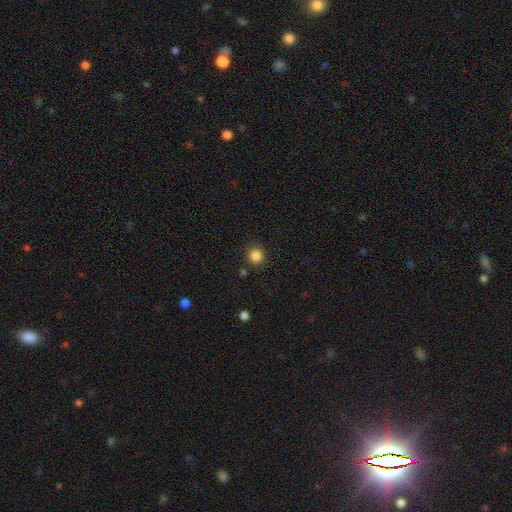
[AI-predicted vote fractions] Smooth or featured? Predicted: smooth (p=0.85). How rounded? Predicted: round (p=0.89). Merging? Predicted: none (p=0.87).